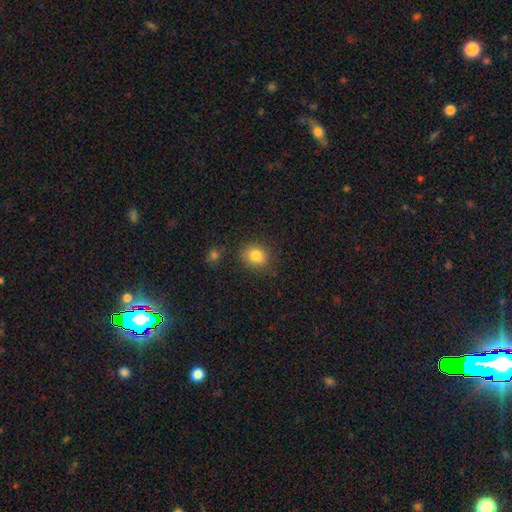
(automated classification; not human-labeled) Morphology: type=smooth (83%); roundness=round (68%); merging=none (83%).